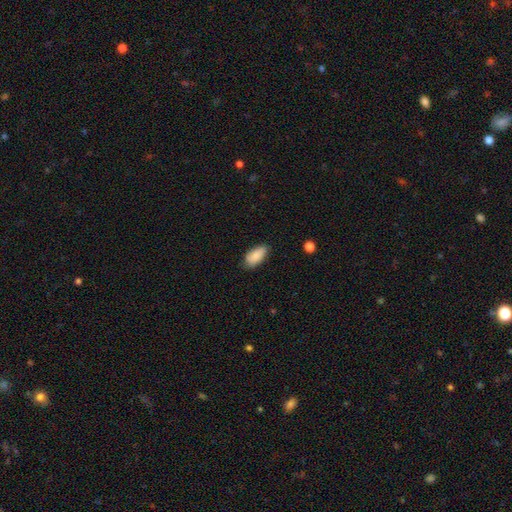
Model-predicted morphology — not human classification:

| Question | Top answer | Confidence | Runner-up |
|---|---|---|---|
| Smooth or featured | smooth | 87% | featured or disk (7%) |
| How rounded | in between | 91% | cigar-shaped (7%) |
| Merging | none | 74% | minor disturbance (21%) |